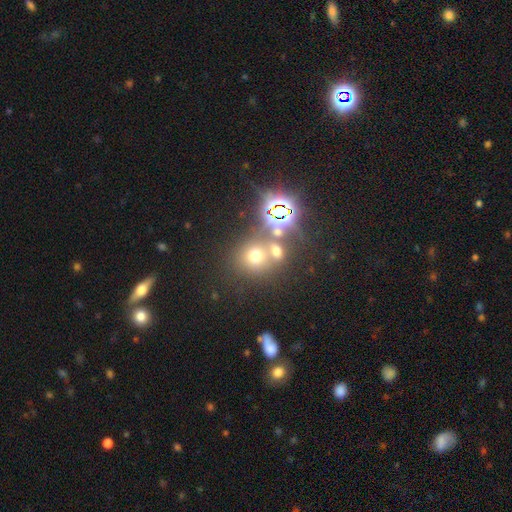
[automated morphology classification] Overall: smooth (56%; star or artifact 32%). How rounded: round (79%). Merging: none (52%; merger 35%).